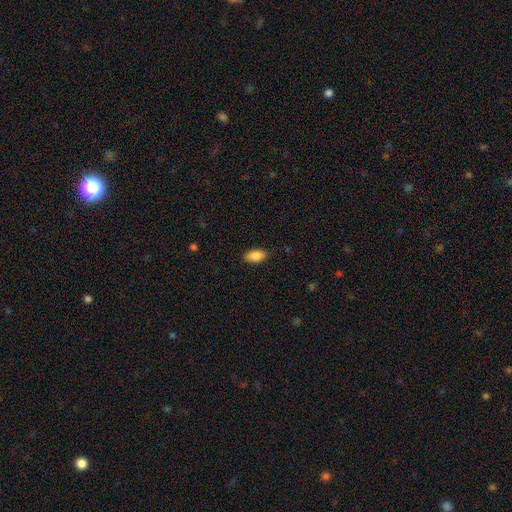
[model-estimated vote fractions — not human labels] Overall: smooth (89%). How rounded: in between (93%). Merging: none (88%).